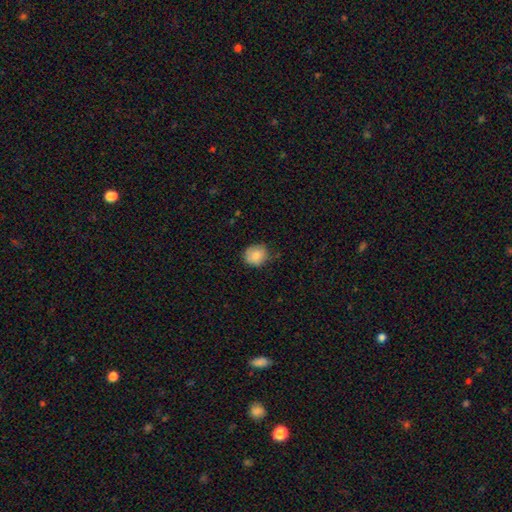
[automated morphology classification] smooth_or_featured: smooth (p=0.84) [alt: featured or disk p=0.08]
how_rounded: round (p=0.78) [alt: in between p=0.21]
merging: none (p=0.69) [alt: minor disturbance p=0.25]